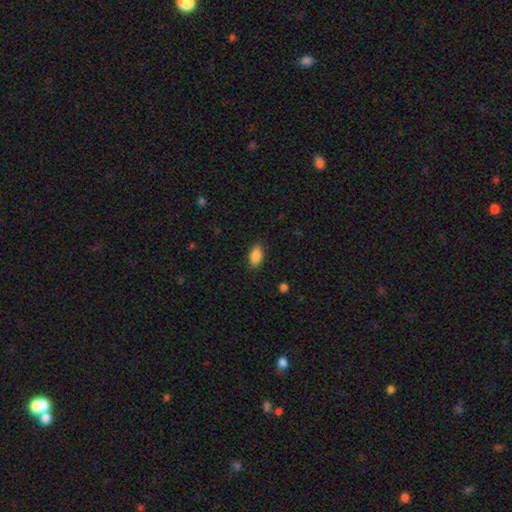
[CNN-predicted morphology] Smooth or featured? Predicted: smooth (p=0.89). How rounded? Predicted: in between (p=0.91). Merging? Predicted: none (p=0.87).